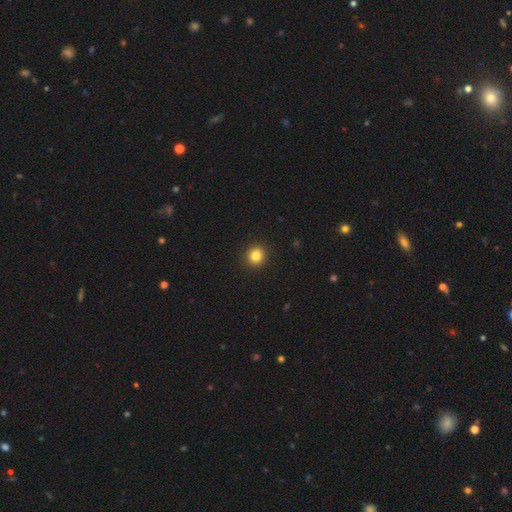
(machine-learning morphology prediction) Smooth or featured? Predicted: smooth (p=0.84). How rounded? Predicted: round (p=0.92). Merging? Predicted: none (p=0.93).